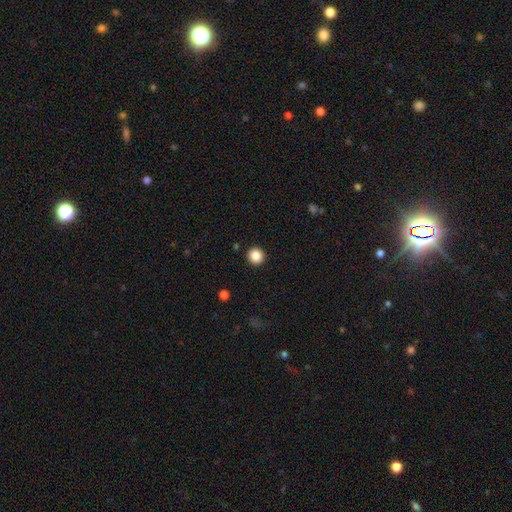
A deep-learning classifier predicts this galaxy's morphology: smooth-or-featured: smooth: 87% | star or artifact: 10% | featured or disk: 3%
  how-rounded: round: 93% | in between: 6% | cigar-shaped: 1%
  merging: none: 92% | minor disturbance: 5% | major disturbance: 2% | merger: 1%